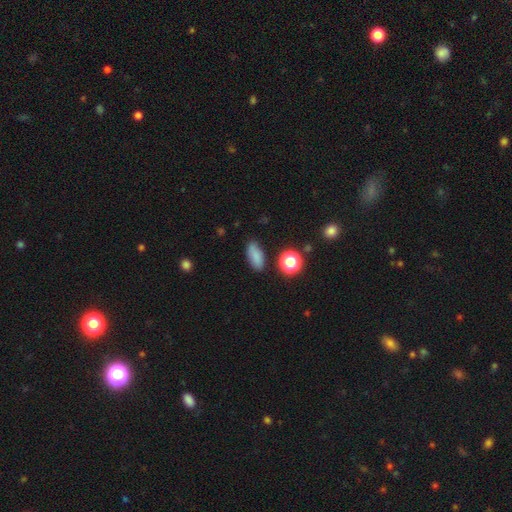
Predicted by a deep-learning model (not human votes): smooth_or_featured: smooth (p=0.82) [alt: star or artifact p=0.11]
how_rounded: in between (p=0.81) [alt: cigar-shaped p=0.12]
merging: none (p=0.82) [alt: minor disturbance p=0.12]